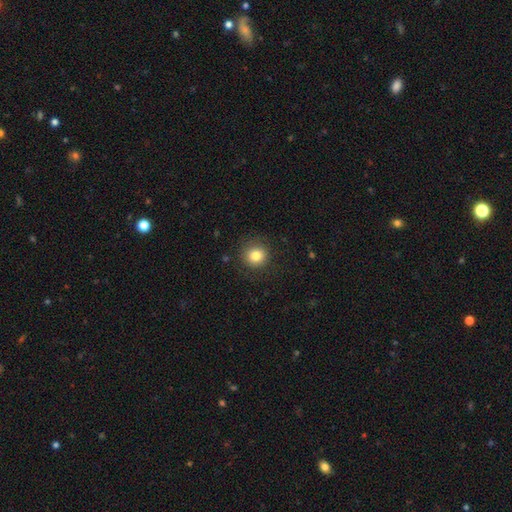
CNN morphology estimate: This appears to be a smooth galaxy with no disk features (82%) that is round (92%). Merging: none (89%).